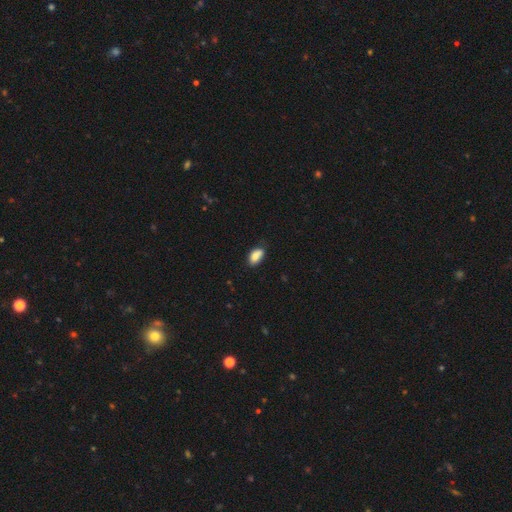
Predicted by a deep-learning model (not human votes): The model was most divided on "merging": none: 61%, minor disturbance: 27%, merger: 7%, major disturbance: 5%. More confident: how rounded — in between (91%); smooth or featured — smooth (82%).